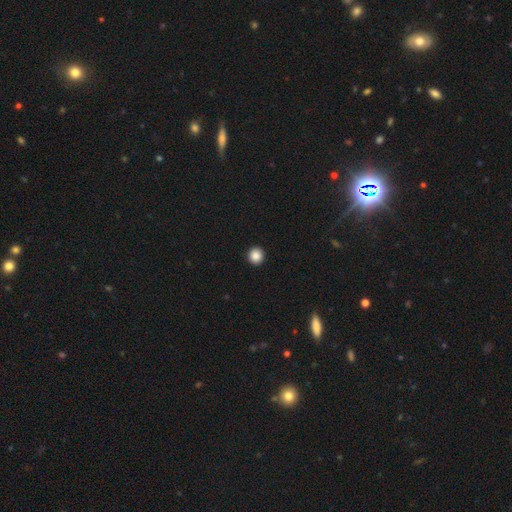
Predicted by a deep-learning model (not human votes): Q: Smooth or featured?
A: smooth (88%); runner-up: star or artifact (9%)
Q: How rounded?
A: round (94%); runner-up: in between (5%)
Q: Merging?
A: none (94%); runner-up: minor disturbance (4%)